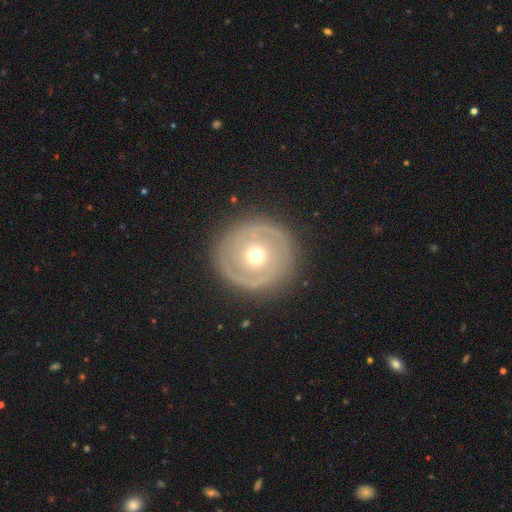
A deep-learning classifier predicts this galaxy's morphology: This is likely a featured or disk galaxy (65%). It is clearly not viewed edge-on (96%). Bar: likely no (78%). Spiral arm pattern: possibly no (50%, tied with yes). Central bulge: likely moderate (63%). Merging: clearly none (86%).